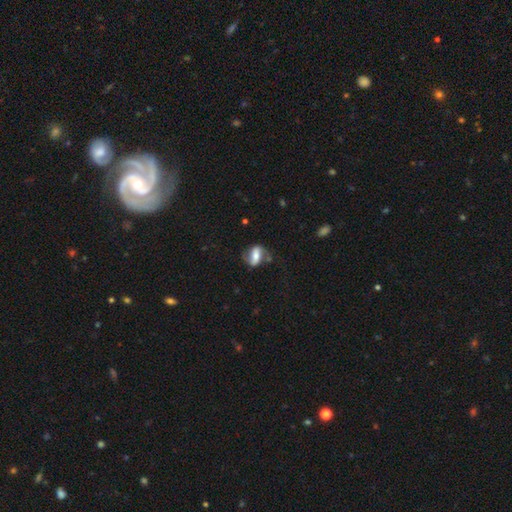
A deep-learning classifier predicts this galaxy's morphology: Q: Smooth or featured?
A: featured or disk (59%); runner-up: smooth (34%)
Q: Edge-on disk?
A: no (92%); runner-up: yes (8%)
Q: Bar?
A: strong (46%); runner-up: weak (28%)
Q: Spiral arms?
A: yes (81%); runner-up: no (19%)
Q: Bulge size?
A: moderate (51%); runner-up: small (24%)
Q: Merging?
A: none (62%); runner-up: minor disturbance (22%)